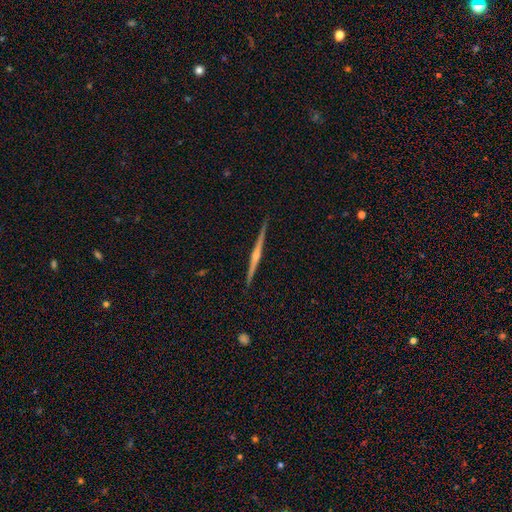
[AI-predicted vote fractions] smooth_or_featured: featured or disk (p=0.78) [alt: smooth p=0.15]
disk_edge_on: yes (p=0.98) [alt: no p=0.02]
edge_on_bulge: rounded (p=0.68) [alt: none p=0.23]
merging: none (p=0.91) [alt: minor disturbance p=0.06]